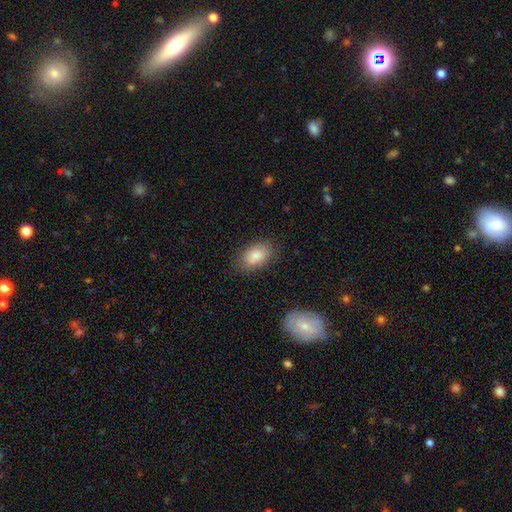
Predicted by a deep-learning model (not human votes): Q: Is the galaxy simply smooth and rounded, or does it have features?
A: smooth — 84%.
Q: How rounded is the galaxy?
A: in between — 91%.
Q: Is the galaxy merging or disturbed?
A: none — 83%.